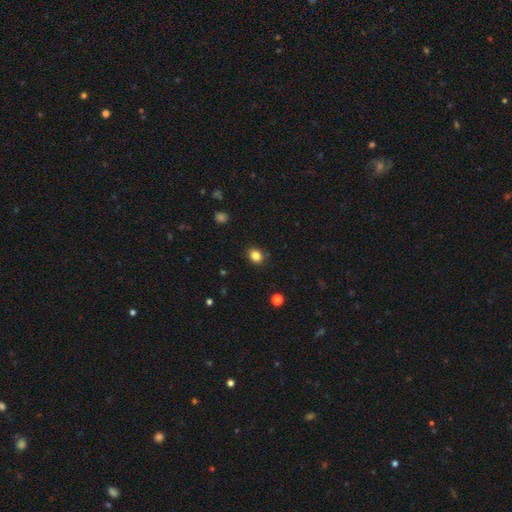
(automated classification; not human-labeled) Morphology: type=smooth (84%); roundness=round (57%); merging=none (88%).